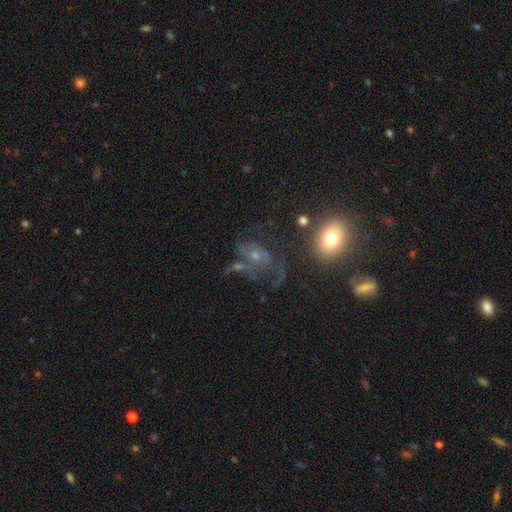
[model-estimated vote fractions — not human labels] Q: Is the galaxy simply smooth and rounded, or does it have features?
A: featured or disk — 62%.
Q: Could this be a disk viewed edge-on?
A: no — 96%.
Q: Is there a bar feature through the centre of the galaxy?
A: no — 71%.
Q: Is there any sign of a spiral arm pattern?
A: yes — 69%.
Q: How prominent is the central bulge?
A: small — 64%.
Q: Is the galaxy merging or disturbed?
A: none — 37%.